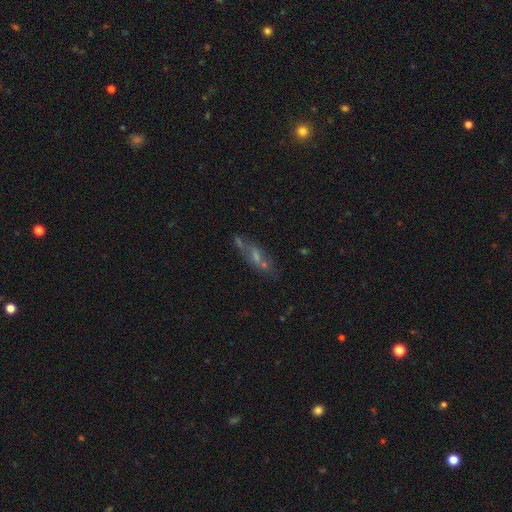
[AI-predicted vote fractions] Smooth or featured? featured or disk (47%)
Merging? none (53%)